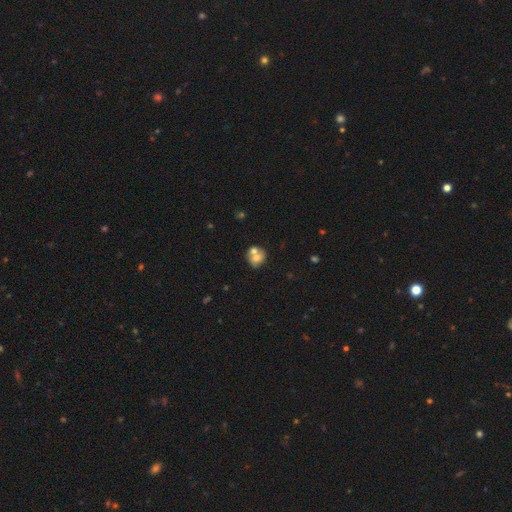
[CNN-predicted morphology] smooth-or-featured: smooth: 63% | featured or disk: 27% | star or artifact: 9%
  how-rounded: round: 70% | in between: 29% | cigar-shaped: 1%
  merging: merger: 50% | none: 36% | minor disturbance: 10% | major disturbance: 4%